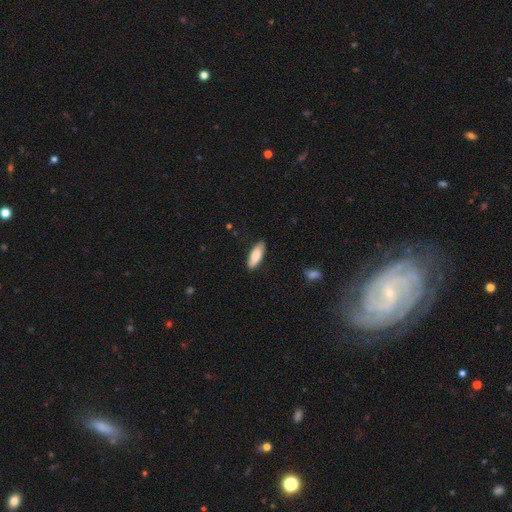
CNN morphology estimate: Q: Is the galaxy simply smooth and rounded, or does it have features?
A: smooth — 86%.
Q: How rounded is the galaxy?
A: in between — 72%.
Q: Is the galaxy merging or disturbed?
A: none — 86%.